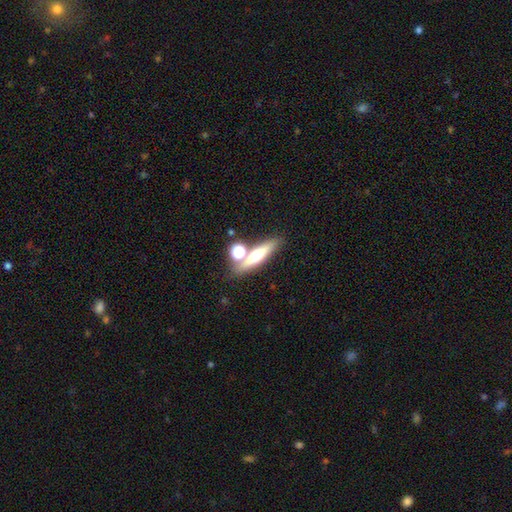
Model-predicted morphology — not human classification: Smooth or featured?
  - smooth: 53% *
  - featured or disk: 36%
  - star or artifact: 11%
How rounded?
  - cigar-shaped: 62% *
  - in between: 26%
  - round: 12%
Merging?
  - none: 63% *
  - merger: 23%
  - minor disturbance: 10%
  - major disturbance: 4%